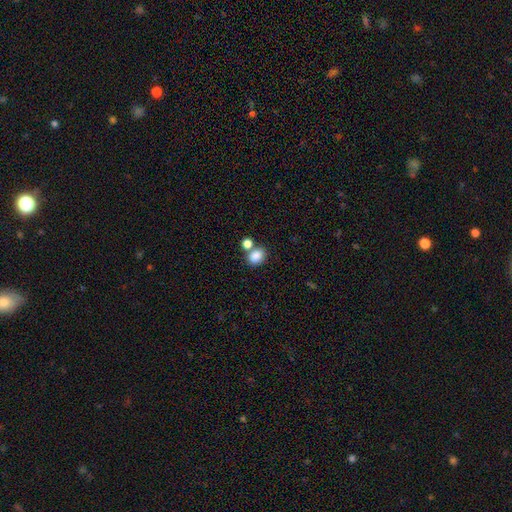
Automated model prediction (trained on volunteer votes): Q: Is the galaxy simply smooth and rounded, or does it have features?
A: smooth — 85%.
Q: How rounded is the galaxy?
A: in between — 55%.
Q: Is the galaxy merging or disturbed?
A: none — 58%.